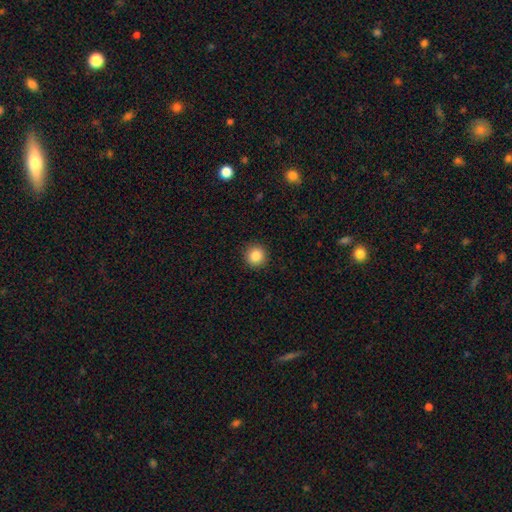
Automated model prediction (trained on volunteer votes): Smooth or featured?
  - smooth: 86% *
  - star or artifact: 10%
  - featured or disk: 4%
How rounded?
  - round: 94% *
  - in between: 5%
  - cigar-shaped: 1%
Merging?
  - none: 92% *
  - minor disturbance: 5%
  - major disturbance: 2%
  - merger: 1%